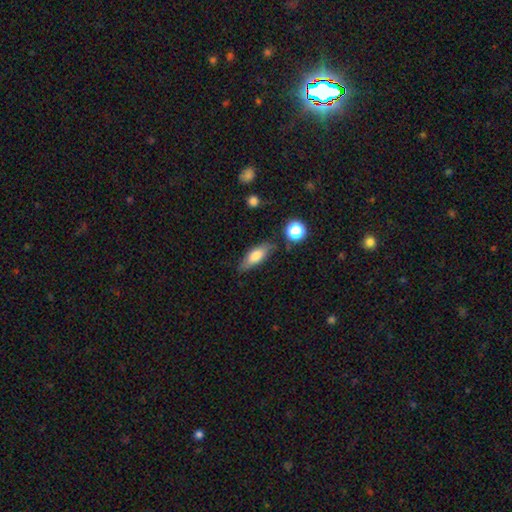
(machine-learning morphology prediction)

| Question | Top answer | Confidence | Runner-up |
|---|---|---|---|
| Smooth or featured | smooth | 72% | featured or disk (20%) |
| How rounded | in between | 67% | cigar-shaped (29%) |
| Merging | none | 76% | minor disturbance (16%) |